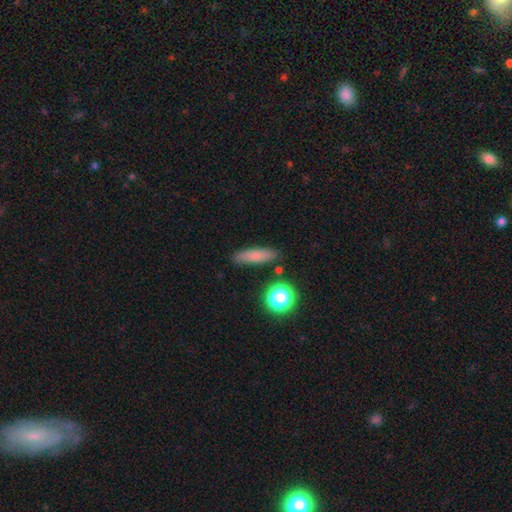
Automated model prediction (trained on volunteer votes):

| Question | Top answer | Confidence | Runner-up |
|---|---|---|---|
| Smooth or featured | smooth | 73% | featured or disk (15%) |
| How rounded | cigar-shaped | 62% | in between (32%) |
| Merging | none | 84% | minor disturbance (11%) |